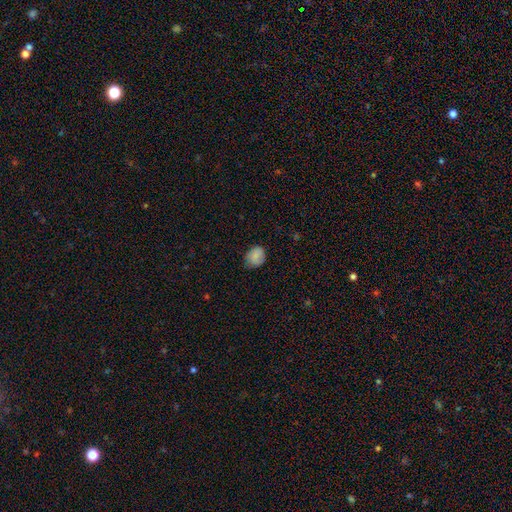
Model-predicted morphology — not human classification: A smooth galaxy with no disk features (85%) that is round (56%).

Vote fractions:
- Smooth or featured? smooth: 85% / star or artifact: 8% / featured or disk: 7%
- How rounded? round: 56% / in between: 43% / cigar-shaped: 1%
- Merging? none: 72% / minor disturbance: 23% / major disturbance: 4% / merger: 1%